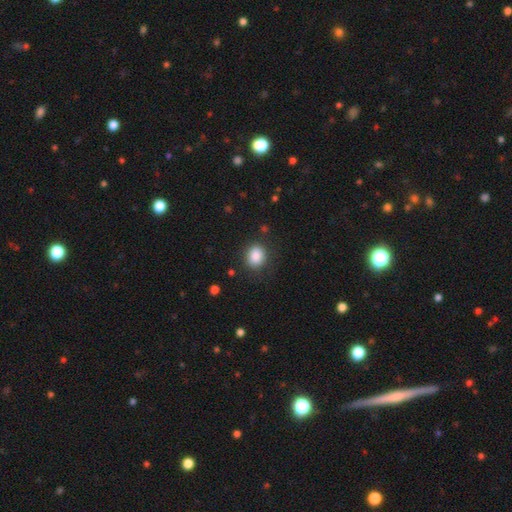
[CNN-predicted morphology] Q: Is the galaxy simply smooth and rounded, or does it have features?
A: smooth — 86%.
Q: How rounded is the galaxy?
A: round — 61%.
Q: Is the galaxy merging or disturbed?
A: none — 83%.